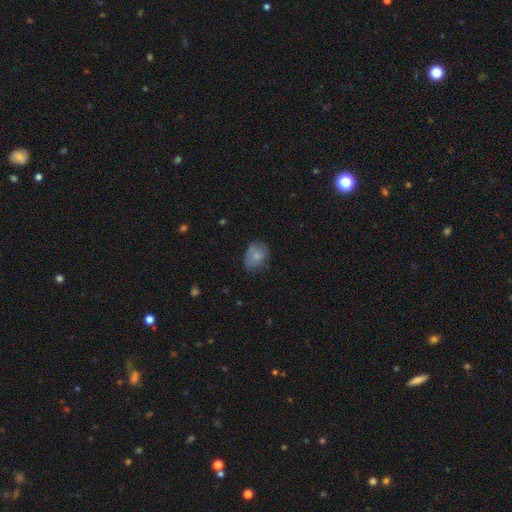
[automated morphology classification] Smooth or featured: smooth — 75% (featured or disk — 16%)
How rounded: in between — 64% (round — 35%)
Merging: none — 60% (minor disturbance — 29%)